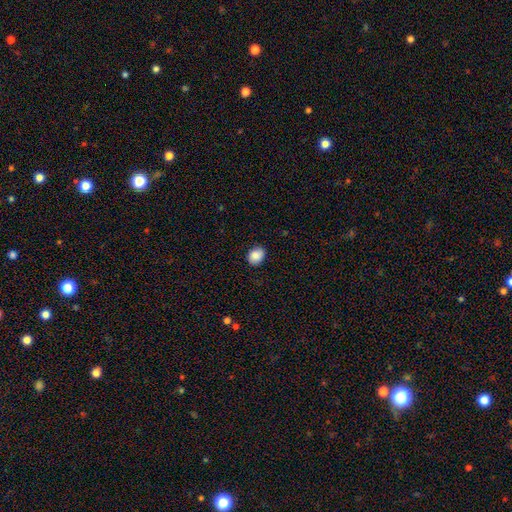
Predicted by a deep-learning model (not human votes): Smooth or featured: smooth — 87% (star or artifact — 8%)
How rounded: round — 52% (in between — 48%)
Merging: none — 84% (minor disturbance — 13%)